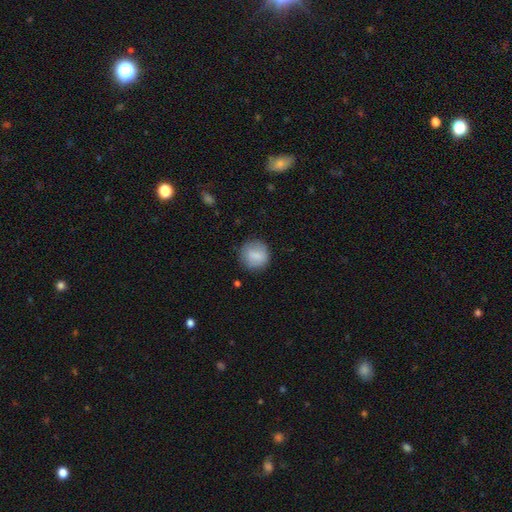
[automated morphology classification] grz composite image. It shows a smooth galaxy with no disk features (82%) that is round (90%). Merging: none (82%).